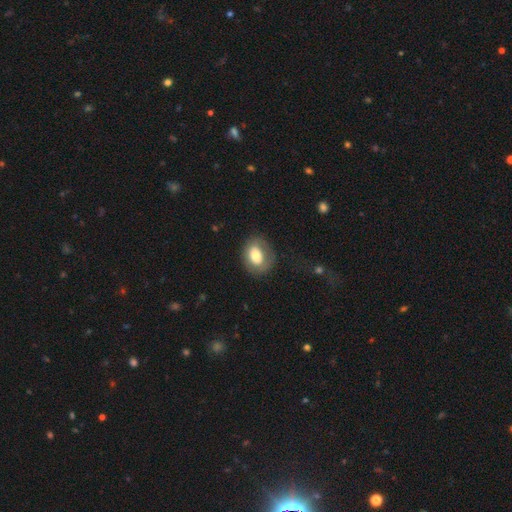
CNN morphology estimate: smooth-or-featured: smooth: 69% | featured or disk: 24% | star or artifact: 8%
  how-rounded: in between: 63% | round: 36% | cigar-shaped: 1%
  merging: none: 68% | minor disturbance: 19% | major disturbance: 11% | merger: 2%